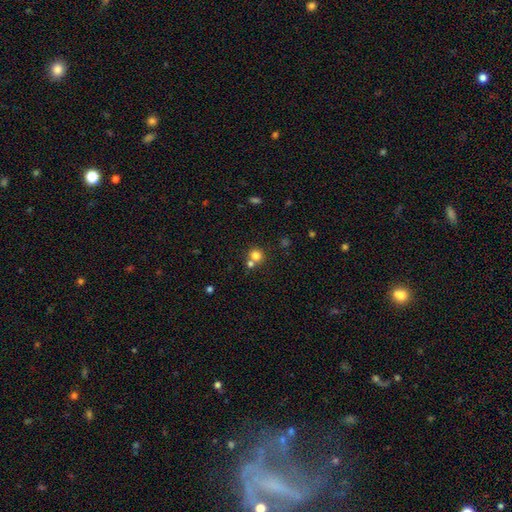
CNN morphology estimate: Smooth or featured? Predicted: smooth (p=0.77). How rounded? Predicted: round (p=0.89). Merging? Predicted: none (p=0.56).